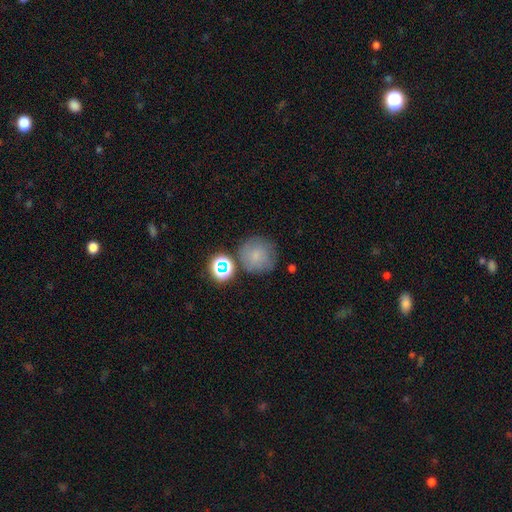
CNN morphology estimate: smooth_or_featured: smooth (p=0.71) [alt: star or artifact p=0.16]
how_rounded: round (p=0.91) [alt: in between p=0.08]
merging: none (p=0.69) [alt: minor disturbance p=0.15]